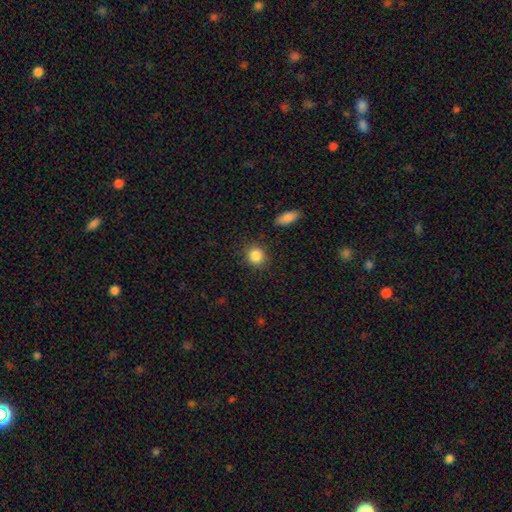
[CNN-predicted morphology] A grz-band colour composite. It shows a smooth galaxy with no disk features (87%) that is round (81%). Merging: none (85%).